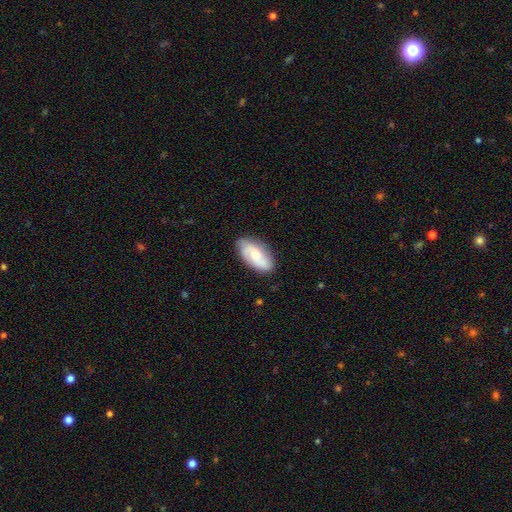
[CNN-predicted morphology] Overall: smooth (53%; featured or disk 41%). How rounded: in between (91%). Merging: none (80%).